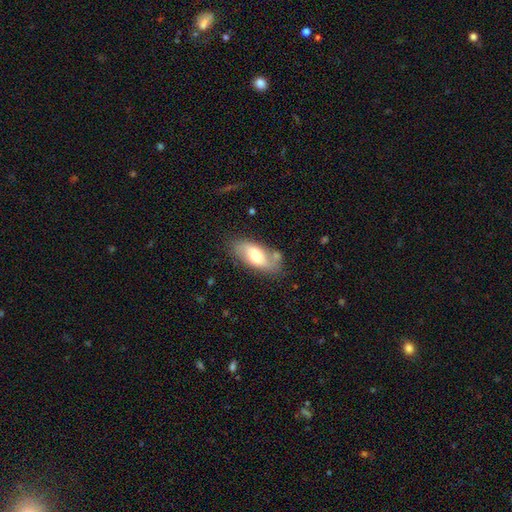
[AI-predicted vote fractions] The model was most divided on "smooth or featured": smooth: 52%, featured or disk: 42%, star or artifact: 6%. More confident: how rounded — in between (88%); merging — none (65%).